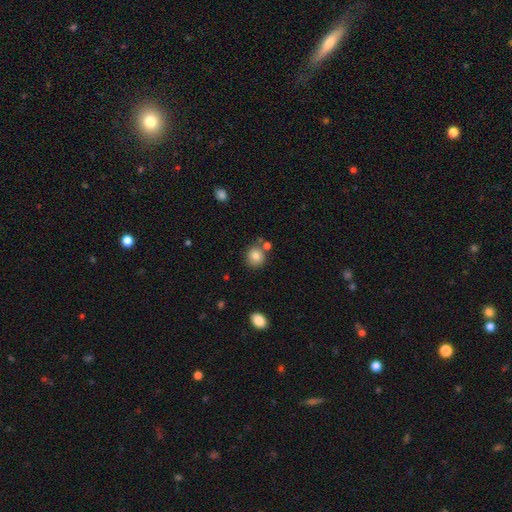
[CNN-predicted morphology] smooth-or-featured: smooth: 83% | star or artifact: 10% | featured or disk: 7%
  how-rounded: round: 84% | in between: 15% | cigar-shaped: 1%
  merging: none: 72% | merger: 14% | minor disturbance: 11% | major disturbance: 3%